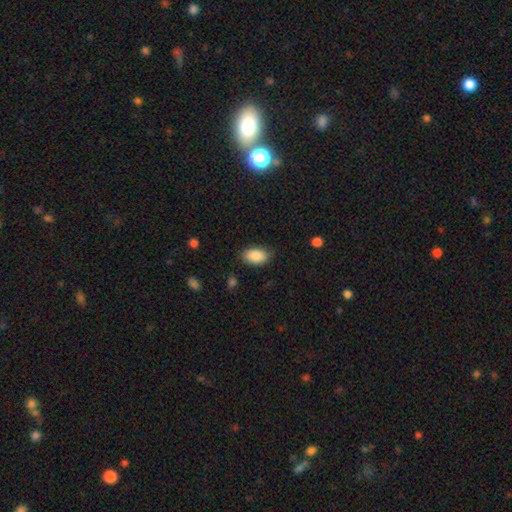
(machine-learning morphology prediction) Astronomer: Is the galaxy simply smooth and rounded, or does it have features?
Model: smooth — 87%.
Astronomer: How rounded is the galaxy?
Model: in between — 93%.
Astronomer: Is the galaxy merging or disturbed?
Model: none — 83%.